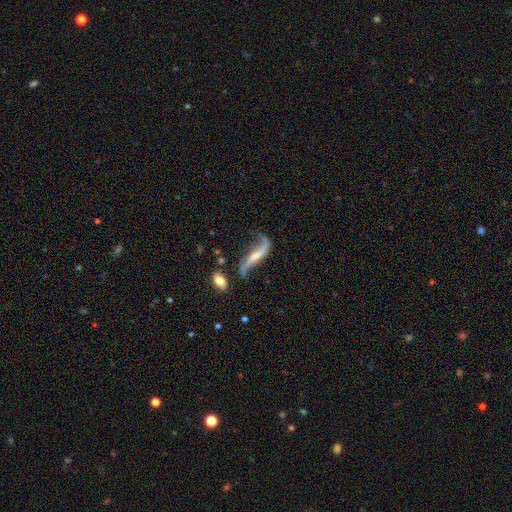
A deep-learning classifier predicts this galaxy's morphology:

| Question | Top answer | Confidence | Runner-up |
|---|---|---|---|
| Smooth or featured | featured or disk | 83% | smooth (11%) |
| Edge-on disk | no | 81% | yes (19%) |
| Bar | strong | 40% | weak (31%) |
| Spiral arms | yes | 91% | no (9%) |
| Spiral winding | loose | 92% | medium (5%) |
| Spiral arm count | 2 | 86% | 1 (8%) |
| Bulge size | small | 46% | moderate (29%) |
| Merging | none | 53% | minor disturbance (20%) |